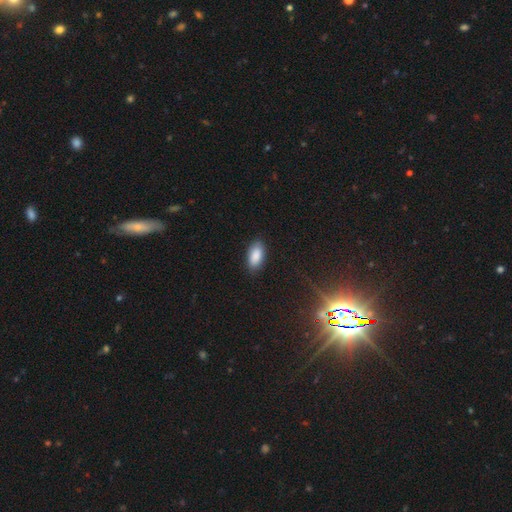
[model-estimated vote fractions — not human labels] smooth_or_featured: smooth (p=0.88) [alt: star or artifact p=0.07]
how_rounded: in between (p=0.92) [alt: cigar-shaped p=0.05]
merging: none (p=0.85) [alt: minor disturbance p=0.11]